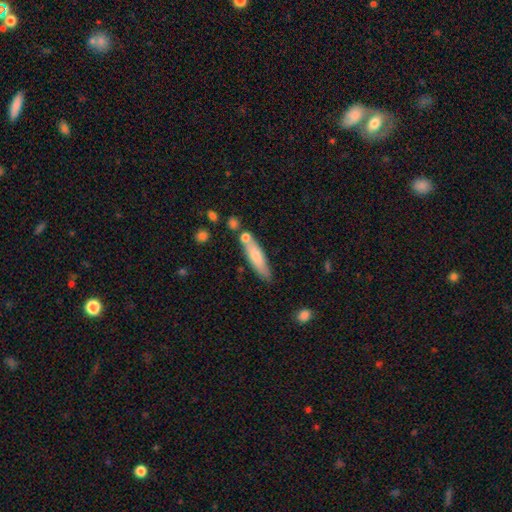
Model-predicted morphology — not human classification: Overall: smooth (70%). How rounded: cigar-shaped (73%). Merging: none (66%).